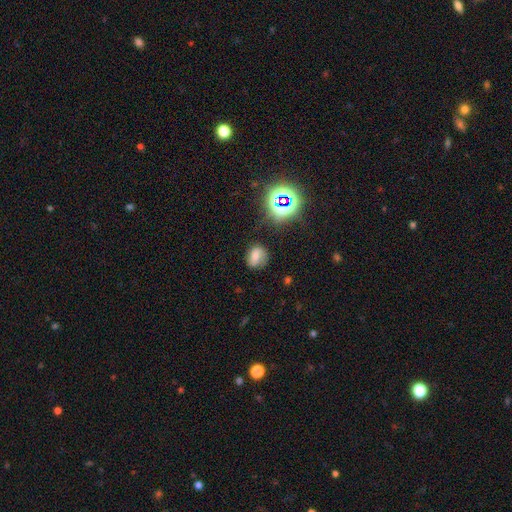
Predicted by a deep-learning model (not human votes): This appears to be a smooth galaxy with no disk features (55%) that is round (49%, tied with in between). Merging: none (65%).